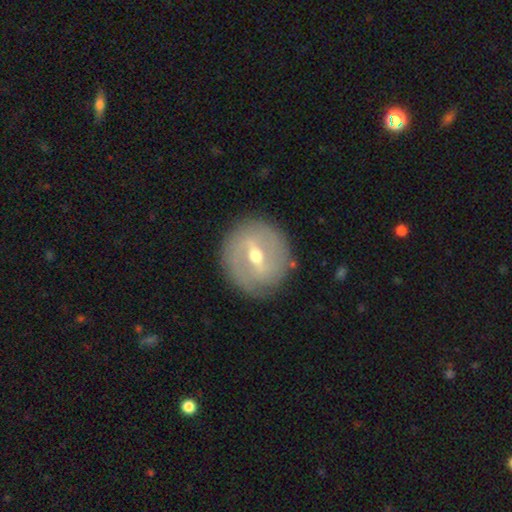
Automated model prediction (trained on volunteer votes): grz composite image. It shows a featured or disk galaxy (74%) with a strong bar (46%), spiral arms (59%) and a moderate central bulge (67%). Merging: none (85%).